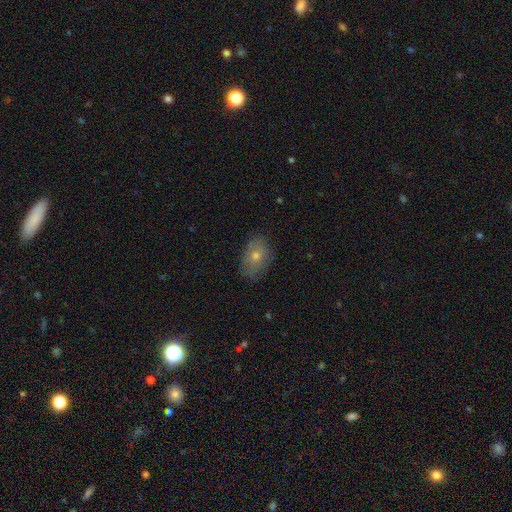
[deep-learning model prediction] Smooth or featured? Predicted: smooth (p=0.62). How rounded? Predicted: in between (p=0.81). Merging? Predicted: none (p=0.81).